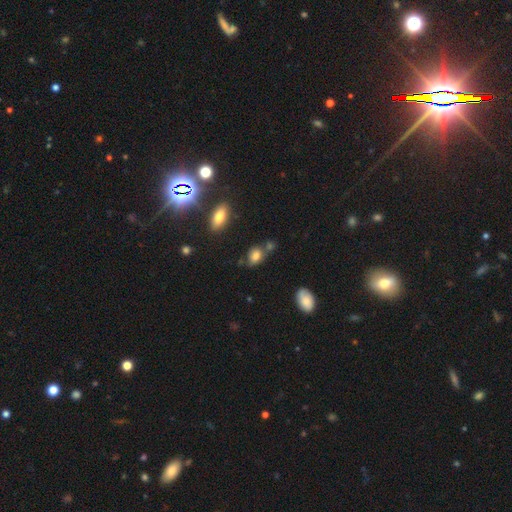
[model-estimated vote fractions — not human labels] The model was most divided on "merging": none: 51%, minor disturbance: 22%, merger: 20%, major disturbance: 7%. More confident: how rounded — in between (79%); smooth or featured — smooth (78%).